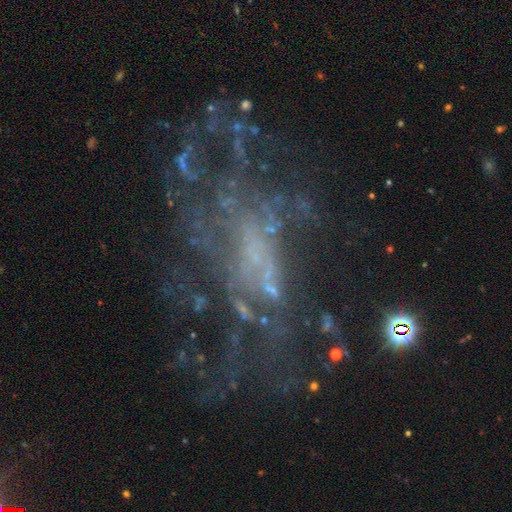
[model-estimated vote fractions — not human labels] Overall: featured or disk (69%). Edge-on disk: no (96%). Bar: no (68%). Spiral arms: no (51%; yes 49%). Bulge size: none (61%; small 23%). Merging: none (47%; major disturbance 33%).